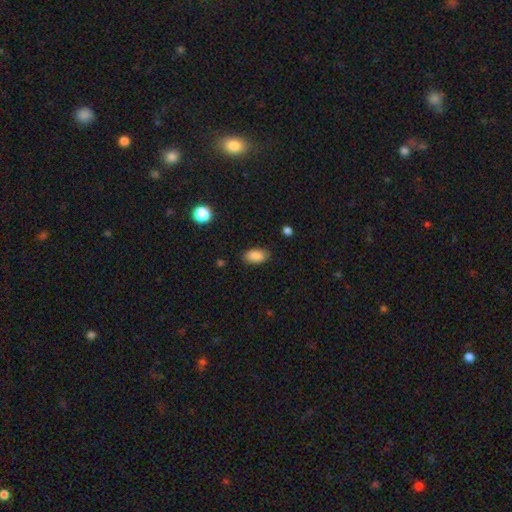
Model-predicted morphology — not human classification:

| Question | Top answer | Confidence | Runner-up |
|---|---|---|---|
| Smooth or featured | smooth | 88% | star or artifact (8%) |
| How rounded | in between | 92% | round (6%) |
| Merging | none | 84% | minor disturbance (12%) |